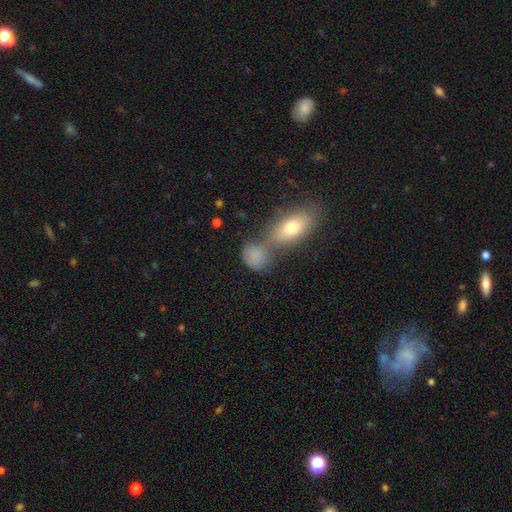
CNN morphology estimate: smooth_or_featured: smooth (p=0.78) [alt: featured or disk p=0.11]
how_rounded: in between (p=0.54) [alt: round p=0.43]
merging: merger (p=0.41) [alt: none p=0.40]